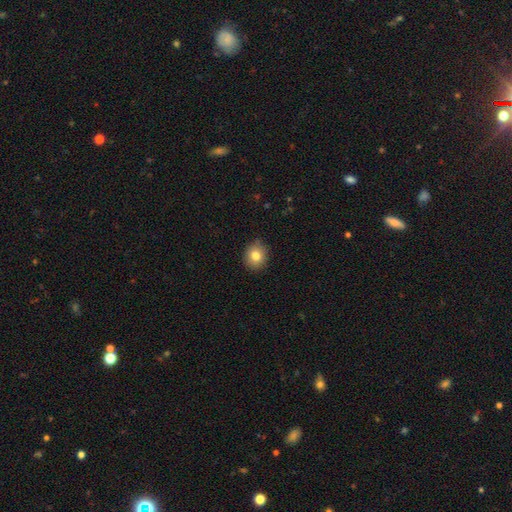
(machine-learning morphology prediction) smooth-or-featured: smooth: 80% | star or artifact: 10% | featured or disk: 10%
  how-rounded: round: 75% | in between: 24% | cigar-shaped: 1%
  merging: none: 86% | minor disturbance: 11% | major disturbance: 2% | merger: 1%